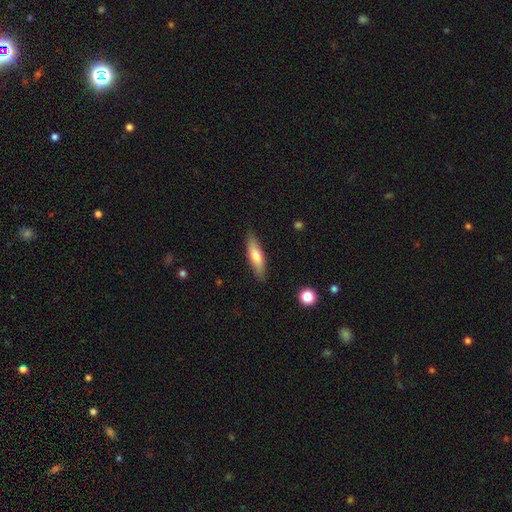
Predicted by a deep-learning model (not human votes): smooth-or-featured: smooth: 69% | featured or disk: 25% | star or artifact: 6%
  how-rounded: cigar-shaped: 65% | in between: 33% | round: 2%
  merging: none: 86% | minor disturbance: 11% | major disturbance: 2% | merger: 1%